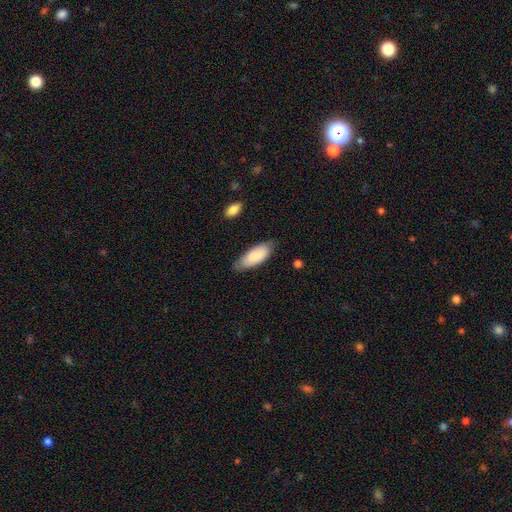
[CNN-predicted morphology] A smooth galaxy with no disk features (86%) that is in between round and cigar-shaped (81%).

Vote fractions:
- Smooth or featured? smooth: 86% / featured or disk: 8% / star or artifact: 5%
- How rounded? in between: 81% / cigar-shaped: 18% / round: 2%
- Merging? none: 75% / minor disturbance: 20% / major disturbance: 3% / merger: 2%